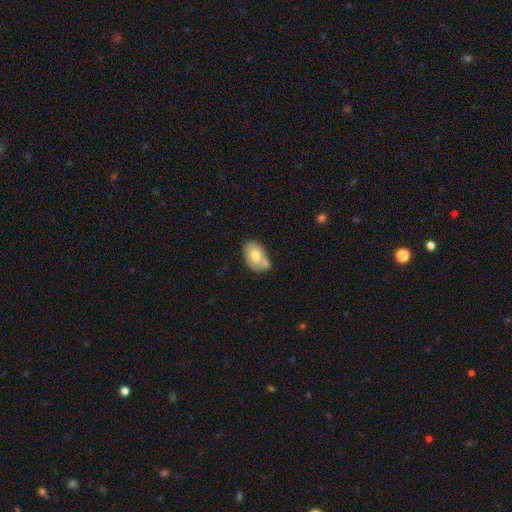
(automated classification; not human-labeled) A smooth galaxy with no disk features (69%) that is in between round and cigar-shaped (86%). Merging: none (49%).